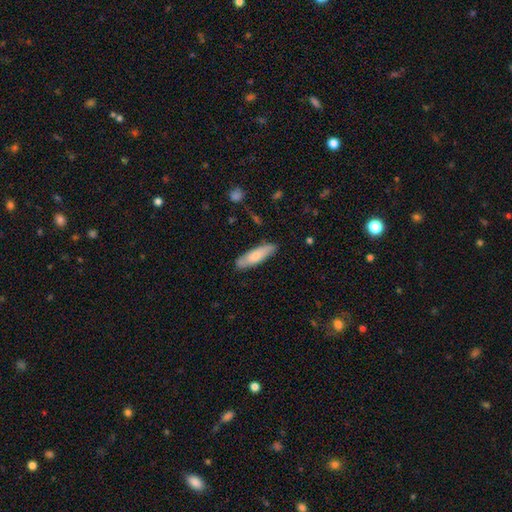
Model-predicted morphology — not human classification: This appears to be a smooth galaxy with no disk features (71%) that is cigar-shaped (60%). Merging: none (83%).